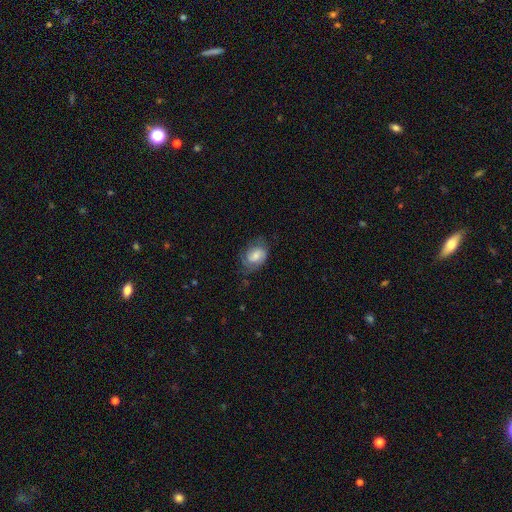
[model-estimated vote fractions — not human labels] Morphology: type=smooth (52%); roundness=in between (76%); merging=none (56%).